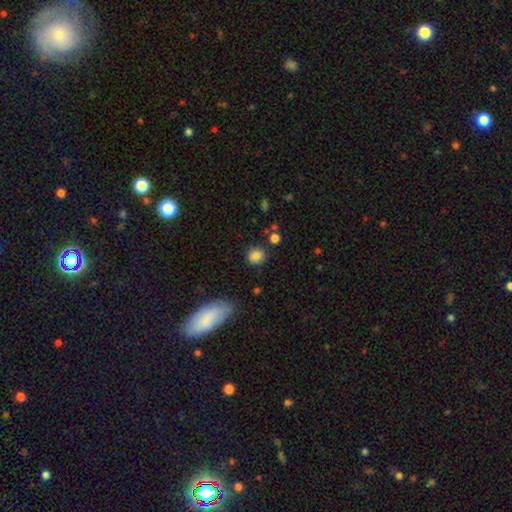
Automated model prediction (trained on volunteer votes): smooth-or-featured: smooth: 84% | star or artifact: 11% | featured or disk: 5%
  how-rounded: round: 78% | in between: 21% | cigar-shaped: 1%
  merging: none: 84% | minor disturbance: 10% | merger: 3% | major disturbance: 3%